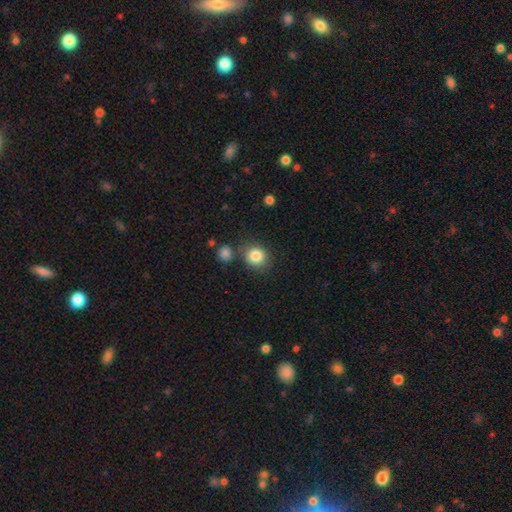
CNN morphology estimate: This appears to be a smooth galaxy with no disk features (84%) that is round (80%). Merging: none (74%).